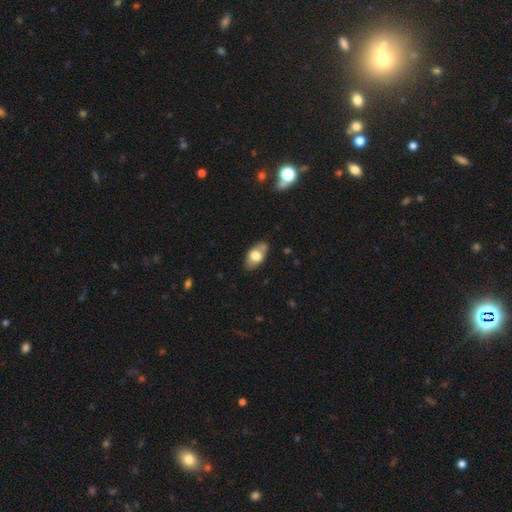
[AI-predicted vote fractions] Smooth or featured? smooth (71%)
How rounded? in between (90%)
Merging? none (69%)